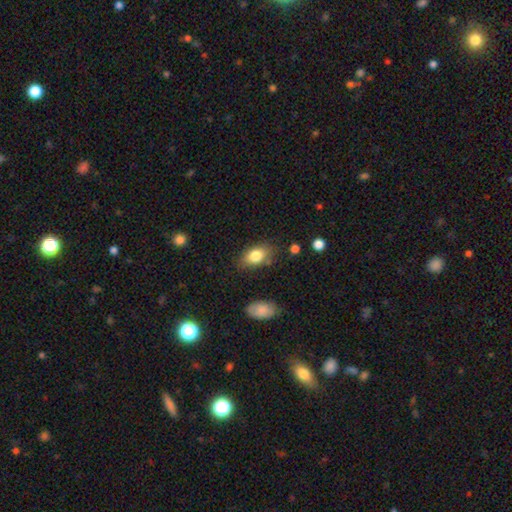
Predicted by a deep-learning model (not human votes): smooth_or_featured: smooth (p=0.82) [alt: featured or disk p=0.11]
how_rounded: in between (p=0.88) [alt: round p=0.10]
merging: none (p=0.76) [alt: minor disturbance p=0.17]